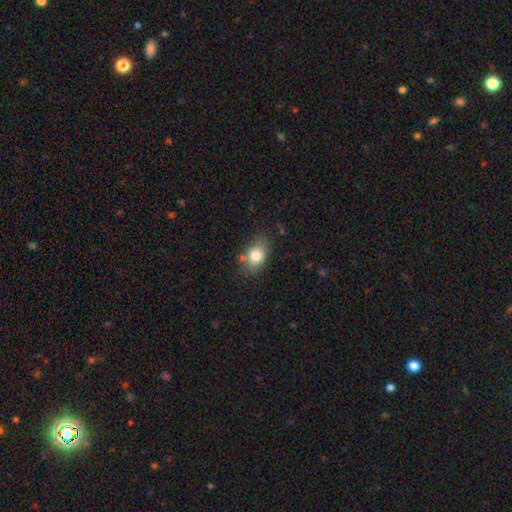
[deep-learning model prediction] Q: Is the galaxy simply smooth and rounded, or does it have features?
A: smooth — 80%.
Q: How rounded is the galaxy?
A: in between — 78%.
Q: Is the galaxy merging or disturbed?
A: none — 73%.